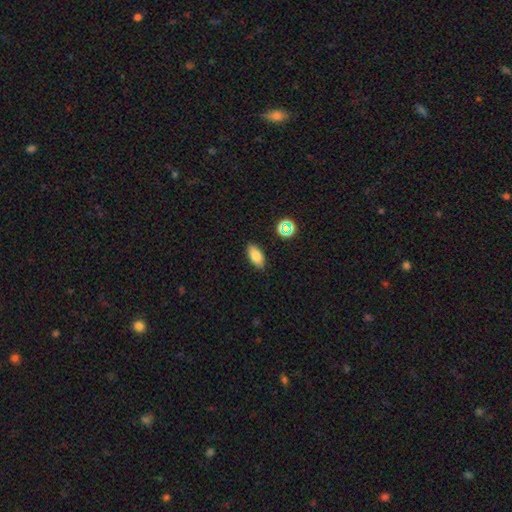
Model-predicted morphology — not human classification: Smooth or featured? smooth (80%)
How rounded? in between (87%)
Merging? none (87%)